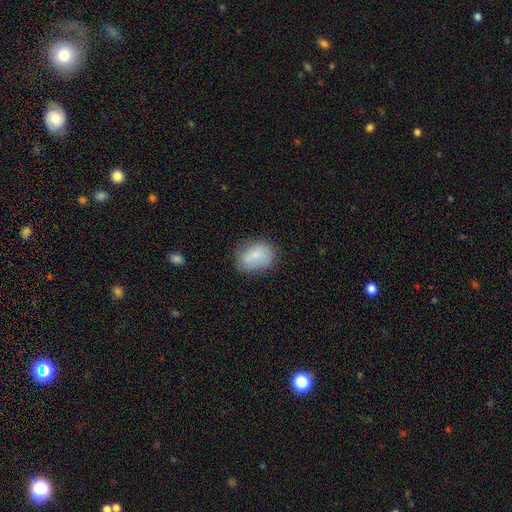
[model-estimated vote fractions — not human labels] The model was most divided on "how rounded": in between: 68%, round: 31%, cigar-shaped: 1%. More confident: smooth or featured — smooth (71%); merging — none (64%).